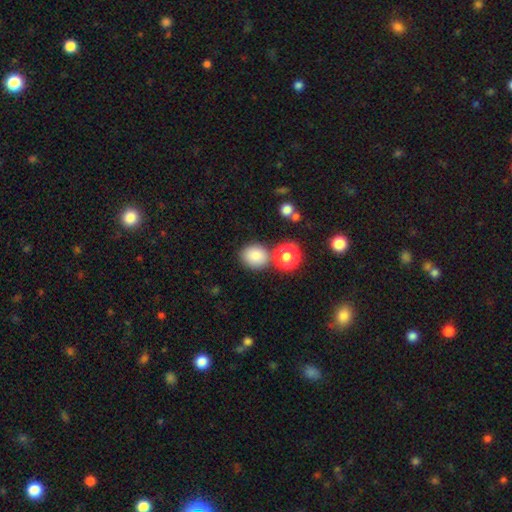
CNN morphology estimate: This appears to be a smooth galaxy with no disk features (83%) that is round (73%). Merging: none (69%).